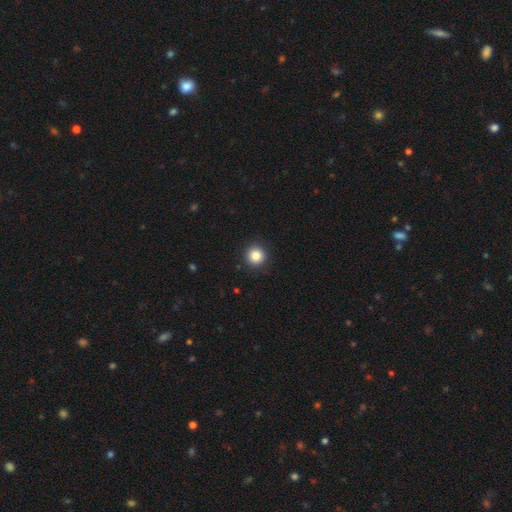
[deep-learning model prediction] This appears to be a smooth galaxy with no disk features (84%) that is round (95%). Merging: none (91%).